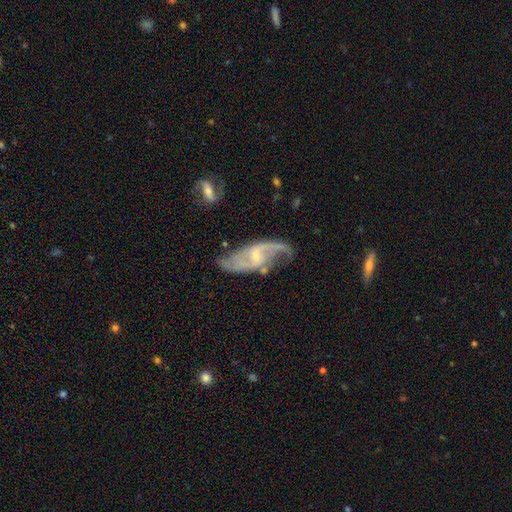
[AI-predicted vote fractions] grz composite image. It shows a featured or disk galaxy (87%) with a weak bar (48%), 2 (84%) loose (64%) spiral arms (95%) and a small central bulge (66%). Merging: none (58%).